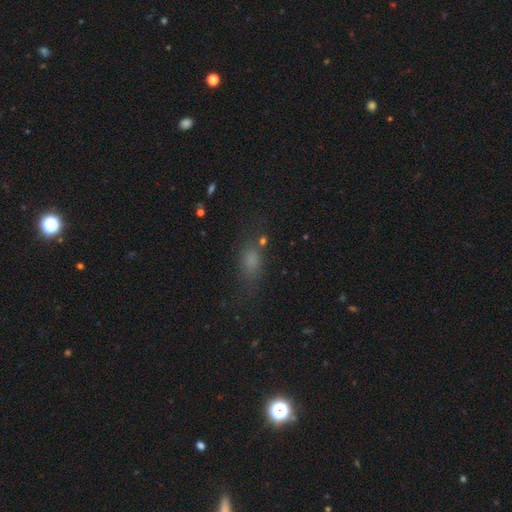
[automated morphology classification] Q: Smooth or featured?
A: smooth (56%); runner-up: star or artifact (29%)
Q: How rounded?
A: in between (59%); runner-up: cigar-shaped (22%)
Q: Merging?
A: none (68%); runner-up: minor disturbance (17%)